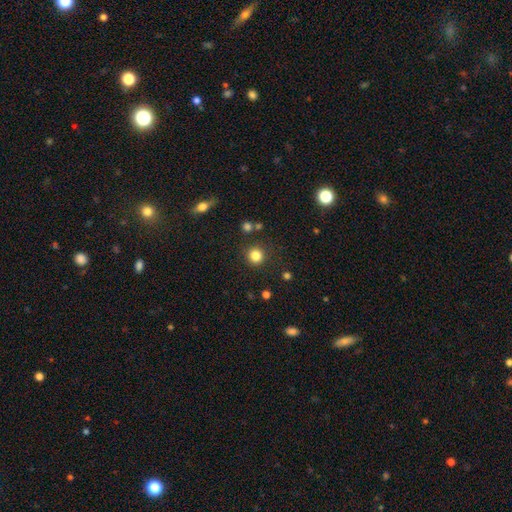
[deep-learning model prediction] smooth 83%, star or artifact 12%, featured or disk 5%. Down the decision tree: how rounded — round (93%); merging — none (87%).